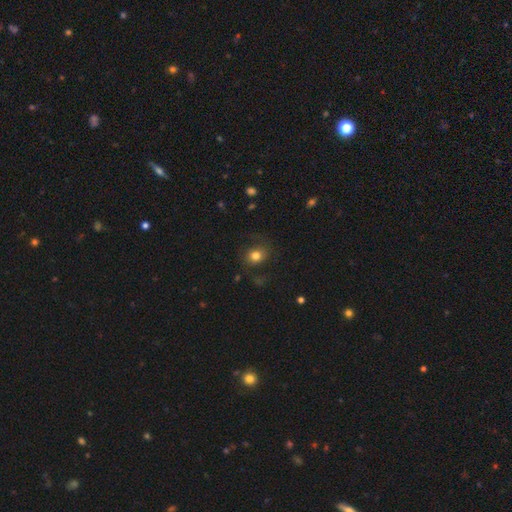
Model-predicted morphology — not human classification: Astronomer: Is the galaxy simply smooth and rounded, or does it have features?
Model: smooth — 75%.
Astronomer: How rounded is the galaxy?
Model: round — 66%.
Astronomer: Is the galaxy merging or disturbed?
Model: none — 72%.